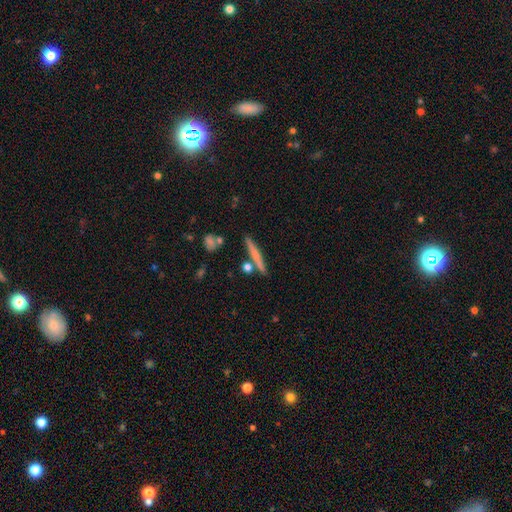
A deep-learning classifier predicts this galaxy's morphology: type=smooth (57%); roundness=cigar-shaped (94%); merging=none (81%).